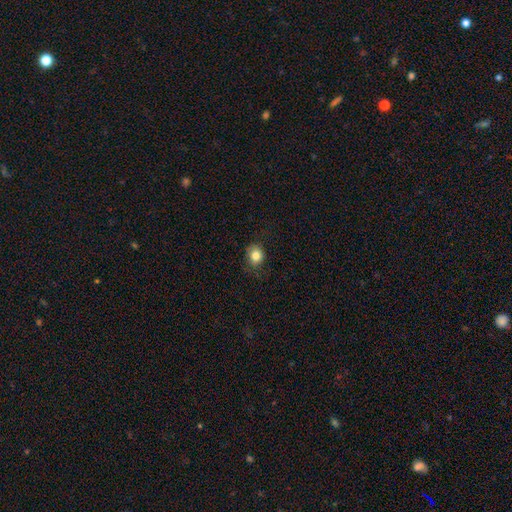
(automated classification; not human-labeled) A smooth galaxy with no disk features (83%) that is round (72%).

Vote fractions:
- Smooth or featured? smooth: 83% / star or artifact: 10% / featured or disk: 6%
- How rounded? round: 72% / in between: 27% / cigar-shaped: 1%
- Merging? none: 78% / minor disturbance: 17% / major disturbance: 5% / merger: 1%